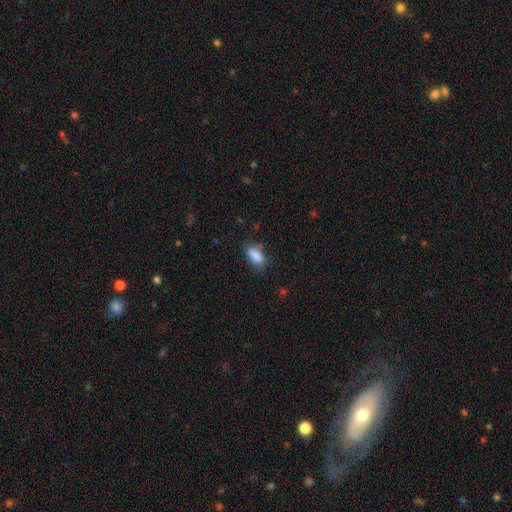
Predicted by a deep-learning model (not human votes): This is clearly a smooth galaxy (85%). How rounded: clearly in between (87%). Merging: likely none (64%).